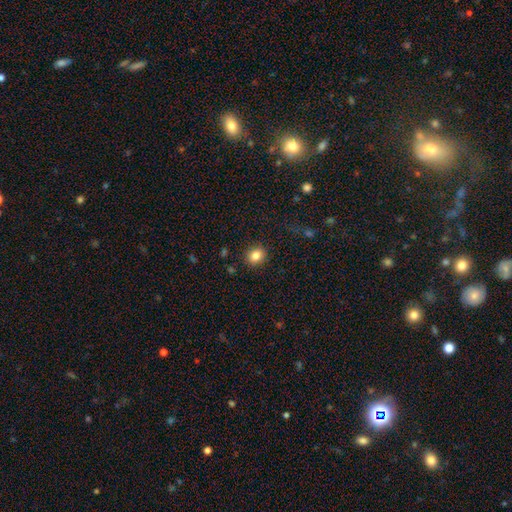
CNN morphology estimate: This is clearly a smooth galaxy (84%). How rounded: likely round (70%). Merging: clearly none (89%).